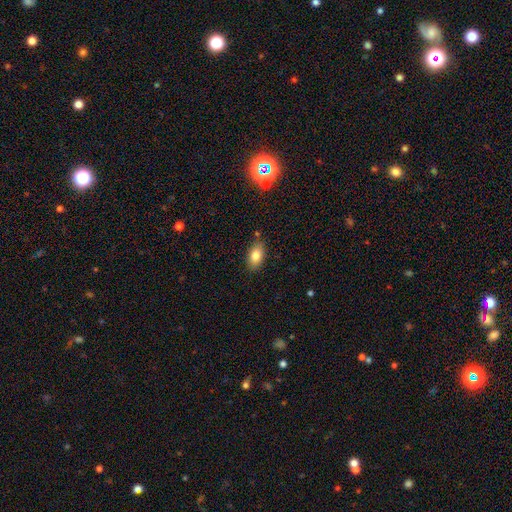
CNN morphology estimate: smooth-or-featured: smooth: 82% | featured or disk: 10% | star or artifact: 8%
  how-rounded: in between: 89% | round: 6% | cigar-shaped: 4%
  merging: none: 83% | minor disturbance: 12% | merger: 3% | major disturbance: 3%